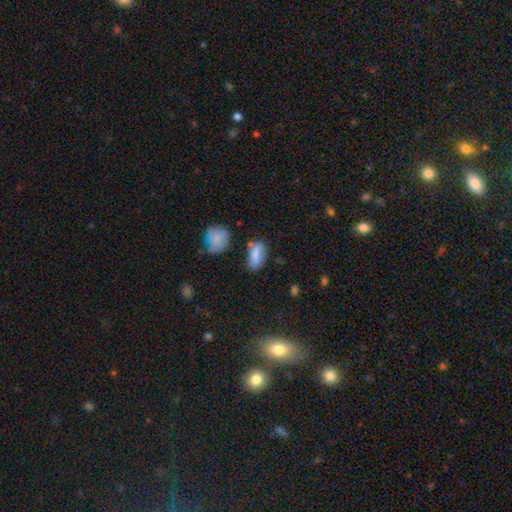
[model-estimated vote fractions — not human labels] Smooth or featured? Predicted: smooth (p=0.78). How rounded? Predicted: in between (p=0.81). Merging? Predicted: none (p=0.62).